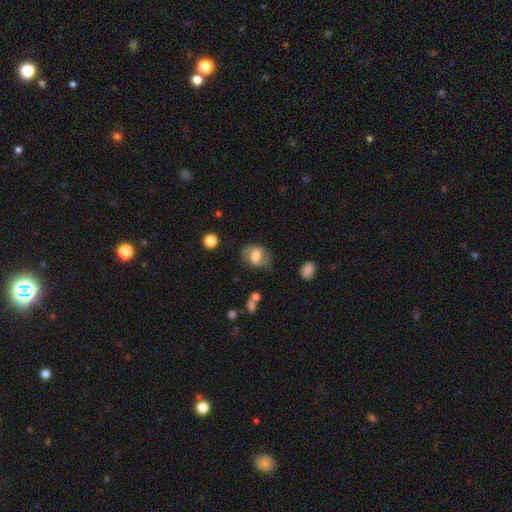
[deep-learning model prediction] A featured or disk galaxy (55%) with a weak bar (46%), spiral arms (81%) and a moderate central bulge (43%). Merging: none (66%).